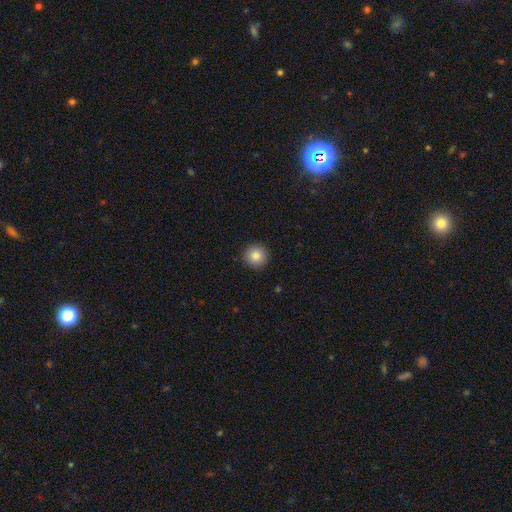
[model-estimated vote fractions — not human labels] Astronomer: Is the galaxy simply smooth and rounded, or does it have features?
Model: smooth — 86%.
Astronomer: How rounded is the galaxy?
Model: round — 95%.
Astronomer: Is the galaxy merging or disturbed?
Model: none — 92%.